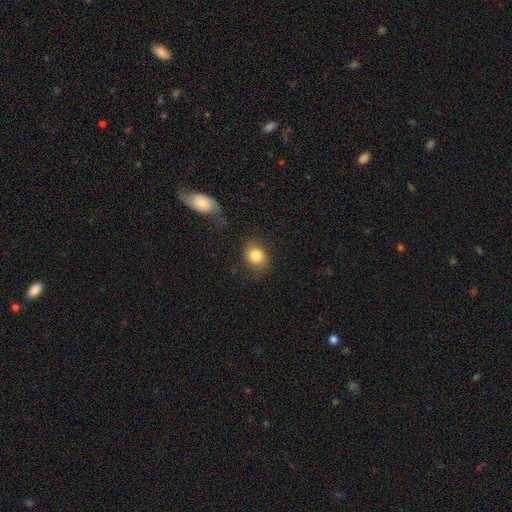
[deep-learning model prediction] This appears to be a smooth galaxy with no disk features (81%) that is round (53%). Merging: none (75%).